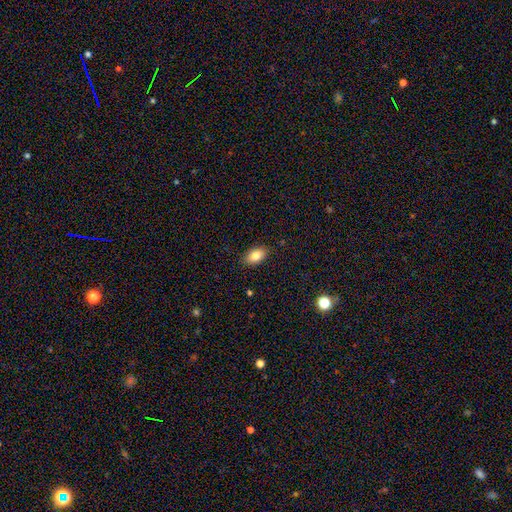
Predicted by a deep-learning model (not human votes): smooth-or-featured: smooth: 83% | featured or disk: 9% | star or artifact: 8%
  how-rounded: in between: 91% | round: 7% | cigar-shaped: 2%
  merging: none: 87% | minor disturbance: 10% | major disturbance: 2% | merger: 1%